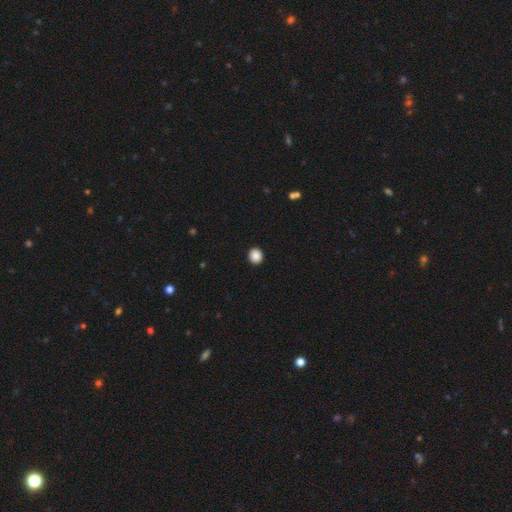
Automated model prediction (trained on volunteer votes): Smooth or featured: smooth — 88% (star or artifact — 9%)
How rounded: round — 82% (in between — 17%)
Merging: none — 93% (minor disturbance — 4%)